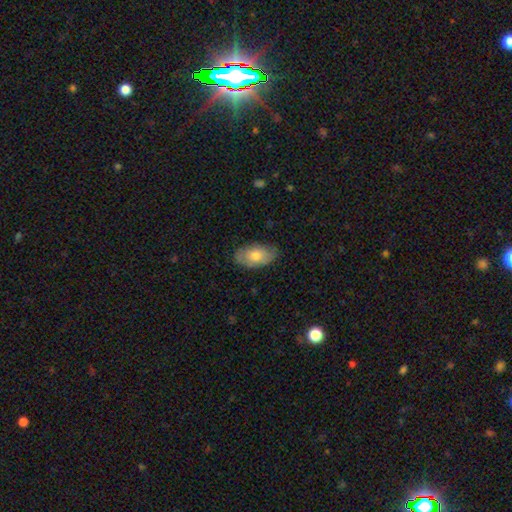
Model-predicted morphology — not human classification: Smooth or featured? smooth (72%)
How rounded? in between (93%)
Merging? none (79%)